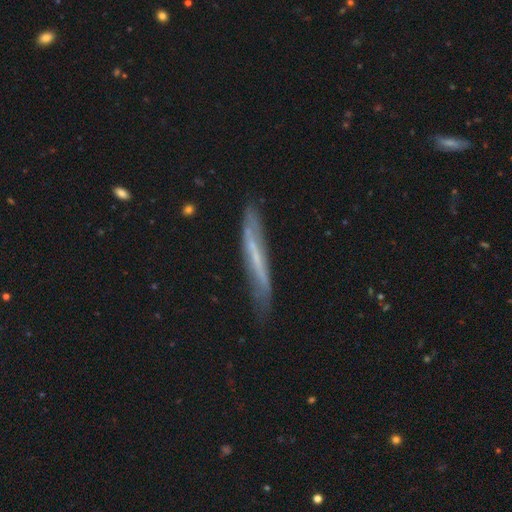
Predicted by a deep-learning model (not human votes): smooth_or_featured: featured or disk (p=0.59) [alt: smooth p=0.34]
disk_edge_on: yes (p=0.77) [alt: no p=0.23]
merging: none (p=0.69) [alt: minor disturbance p=0.23]